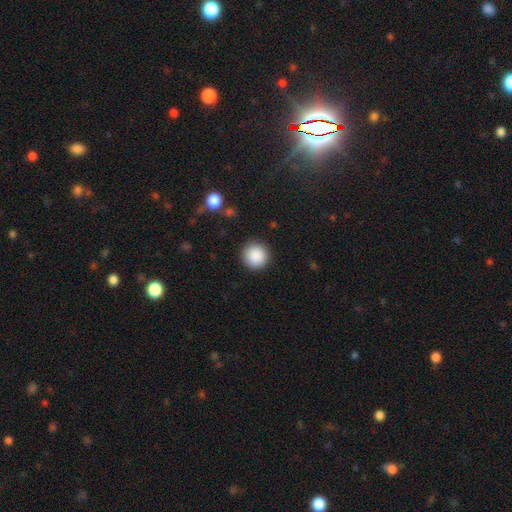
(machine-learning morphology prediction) This is clearly a smooth galaxy (89%). How rounded: clearly round (95%). Merging: clearly none (90%).